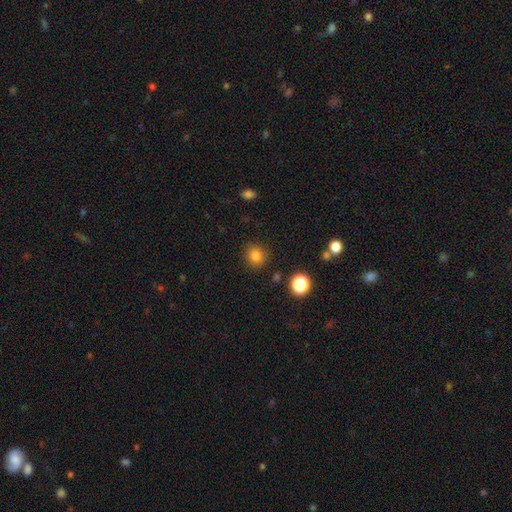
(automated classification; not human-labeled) Overall: smooth (81%). How rounded: round (89%). Merging: none (88%).